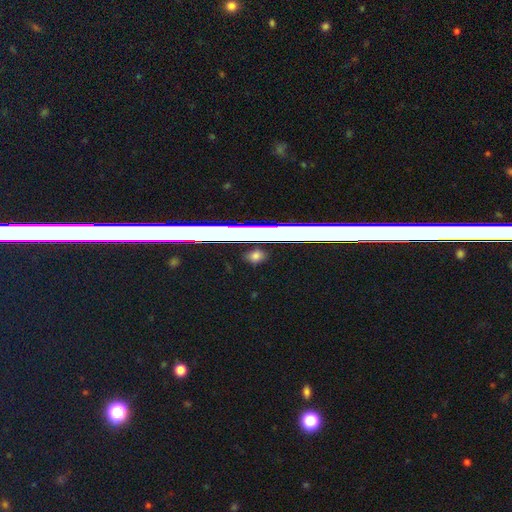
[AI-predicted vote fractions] Q: Smooth or featured?
A: smooth (51%); runner-up: star or artifact (30%)
Q: How rounded?
A: round (50%); runner-up: cigar-shaped (28%)
Q: Merging?
A: none (86%); runner-up: minor disturbance (8%)